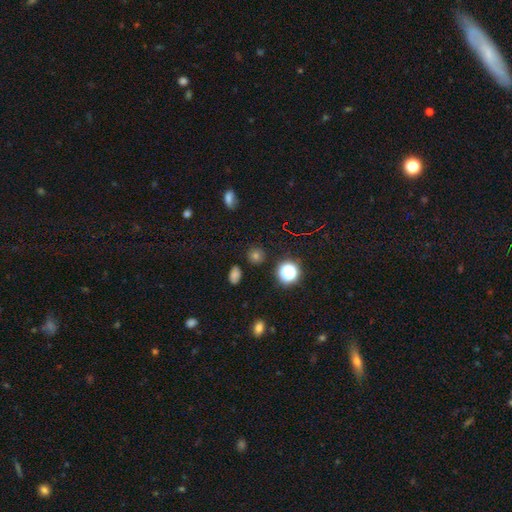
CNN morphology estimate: type=smooth (54%); roundness=round (82%); merging=none (84%).